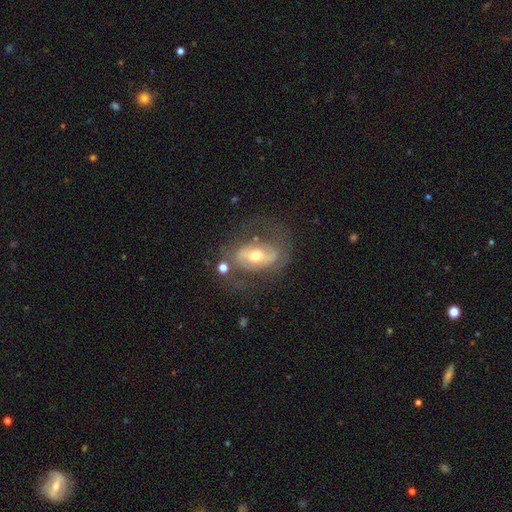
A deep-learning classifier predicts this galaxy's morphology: Q: Smooth or featured?
A: featured or disk (71%); runner-up: smooth (21%)
Q: Edge-on disk?
A: no (92%); runner-up: yes (8%)
Q: Bar?
A: strong (41%); runner-up: weak (32%)
Q: Spiral arms?
A: yes (62%); runner-up: no (38%)
Q: Bulge size?
A: moderate (70%); runner-up: small (23%)
Q: Merging?
A: none (60%); runner-up: minor disturbance (19%)